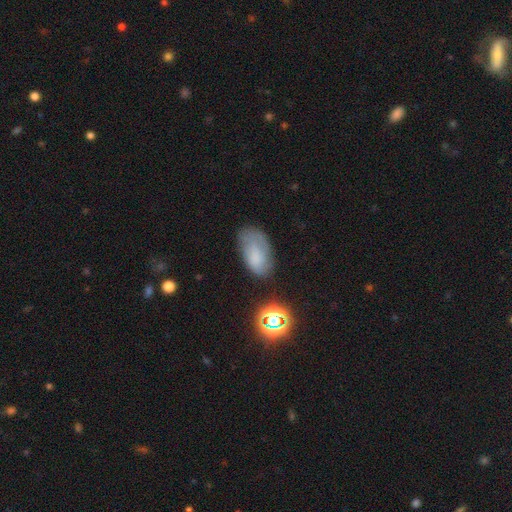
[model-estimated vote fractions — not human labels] Overall: smooth (64%). How rounded: in between (92%). Merging: none (57%; minor disturbance 28%).